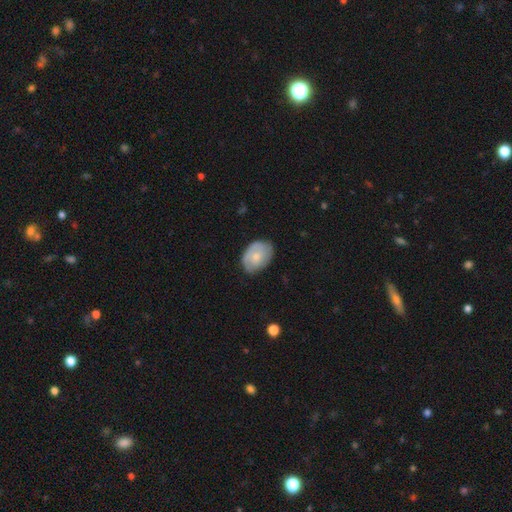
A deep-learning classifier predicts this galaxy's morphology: Q: Smooth or featured?
A: smooth (58%); runner-up: featured or disk (36%)
Q: How rounded?
A: in between (78%); runner-up: round (21%)
Q: Merging?
A: none (71%); runner-up: minor disturbance (23%)